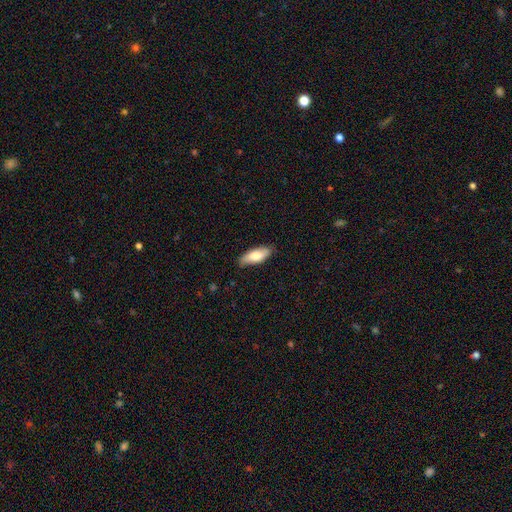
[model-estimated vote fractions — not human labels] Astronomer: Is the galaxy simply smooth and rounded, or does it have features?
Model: smooth — 76%.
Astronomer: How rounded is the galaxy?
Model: in between — 74%.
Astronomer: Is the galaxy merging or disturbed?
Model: none — 83%.